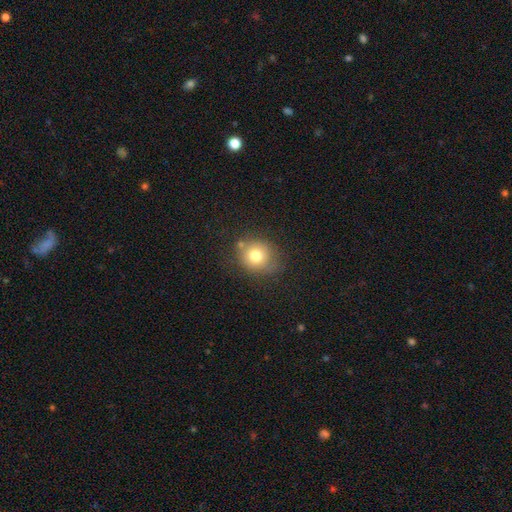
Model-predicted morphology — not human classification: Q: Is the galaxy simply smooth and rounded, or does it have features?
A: smooth — 75%.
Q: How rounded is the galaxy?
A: round — 82%.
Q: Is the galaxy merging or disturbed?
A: none — 72%.